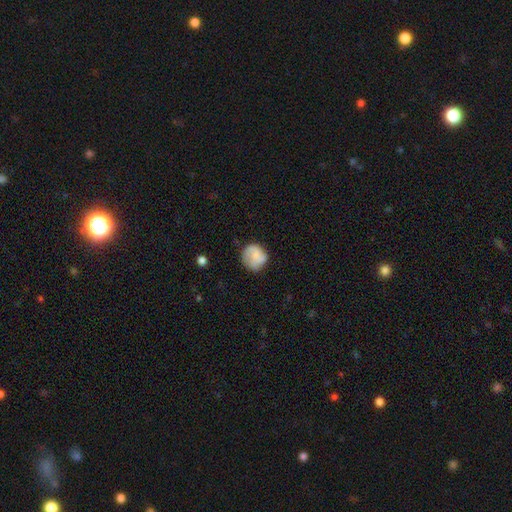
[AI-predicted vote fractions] A smooth galaxy with no disk features (58%) that is round (82%).

Vote fractions:
- Smooth or featured? smooth: 58% / featured or disk: 35% / star or artifact: 7%
- How rounded? round: 82% / in between: 17% / cigar-shaped: 1%
- Merging? none: 65% / minor disturbance: 24% / major disturbance: 9% / merger: 2%